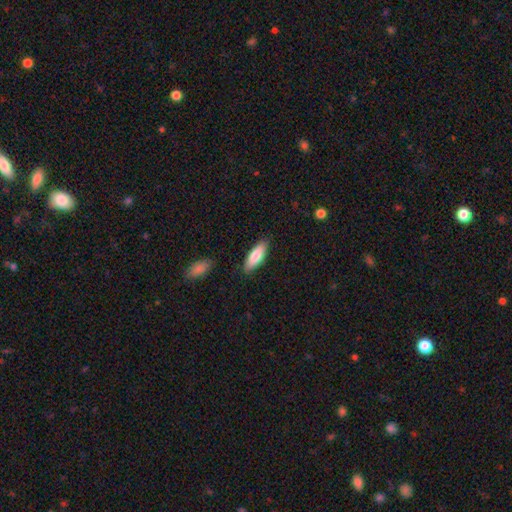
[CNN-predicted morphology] smooth-or-featured: smooth: 79% | featured or disk: 15% | star or artifact: 5%
  how-rounded: in between: 58% | cigar-shaped: 40% | round: 2%
  merging: none: 86% | minor disturbance: 10% | major disturbance: 2% | merger: 2%